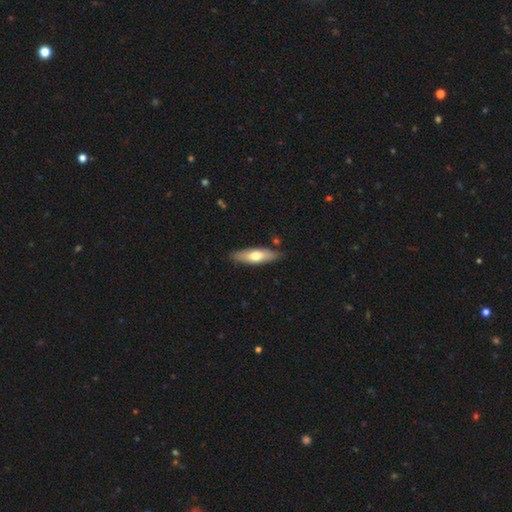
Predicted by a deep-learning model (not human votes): Smooth or featured: smooth — 60% (featured or disk — 34%)
How rounded: cigar-shaped — 52% (in between — 46%)
Merging: none — 84% (minor disturbance — 12%)